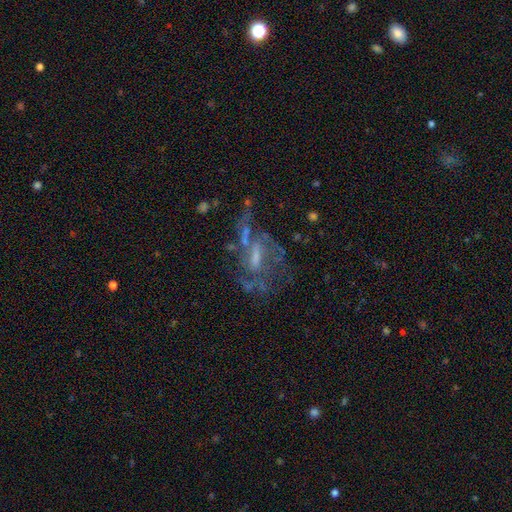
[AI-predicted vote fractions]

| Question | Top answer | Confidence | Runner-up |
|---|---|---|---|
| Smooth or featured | featured or disk | 73% | star or artifact (14%) |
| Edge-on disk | no | 93% | yes (7%) |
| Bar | weak | 44% | no (34%) |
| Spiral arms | yes | 61% | no (39%) |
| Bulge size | small | 35% | moderate (34%) |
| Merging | none | 39% | major disturbance (35%) |